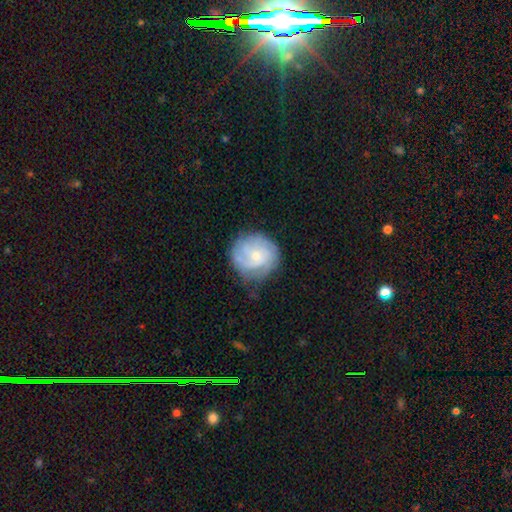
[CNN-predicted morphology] This is likely a featured or disk galaxy (72%). It is clearly not viewed edge-on (98%). Bar: likely no (71%). Spiral arm pattern: clearly yes (92%). Spiral arm count: marginally can't tell (33%). Spiral winding: possibly tight (59%). Central bulge: likely small (62%). Merging: likely none (73%).